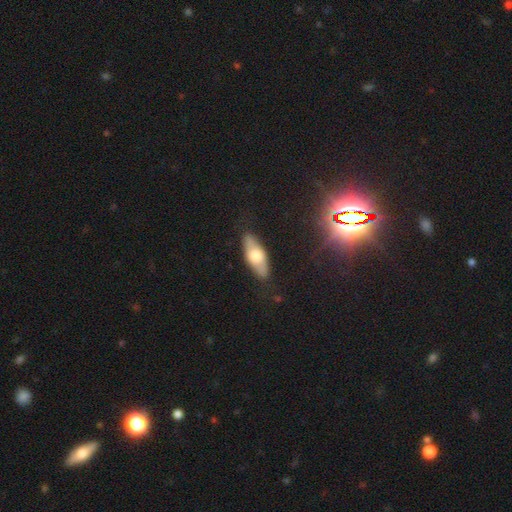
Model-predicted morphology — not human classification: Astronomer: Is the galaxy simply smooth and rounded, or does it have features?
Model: smooth — 61%.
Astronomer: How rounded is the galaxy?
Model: in between — 71%.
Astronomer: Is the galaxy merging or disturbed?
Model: none — 83%.